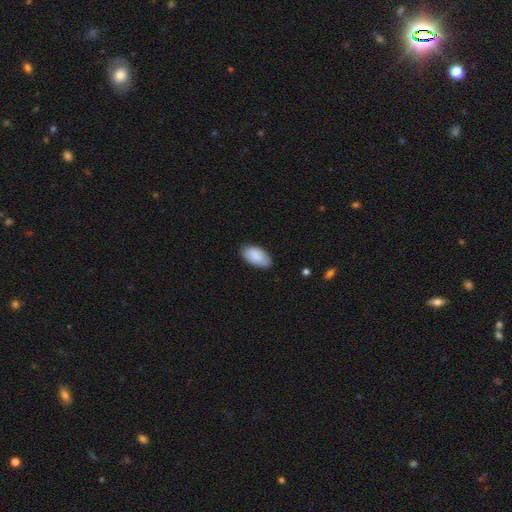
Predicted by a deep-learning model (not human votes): Morphology: type=smooth (88%); roundness=in between (95%); merging=none (82%).